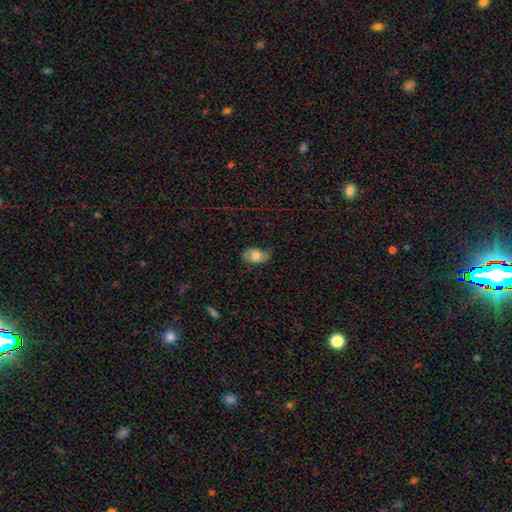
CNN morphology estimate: type=smooth (64%); roundness=in between (87%); merging=none (55%).